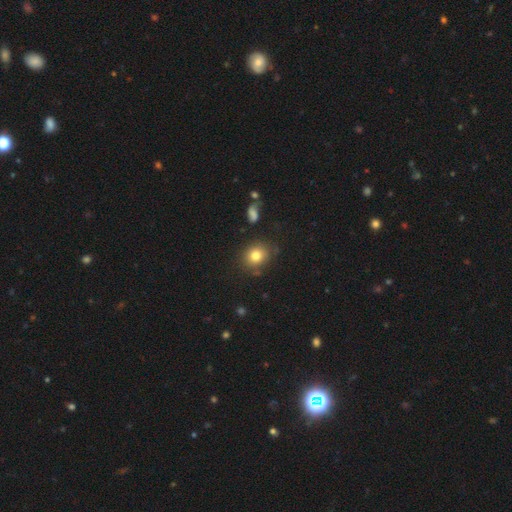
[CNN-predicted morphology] smooth_or_featured: smooth (p=0.79) [alt: star or artifact p=0.11]
how_rounded: round (p=0.68) [alt: in between p=0.31]
merging: none (p=0.79) [alt: minor disturbance p=0.13]